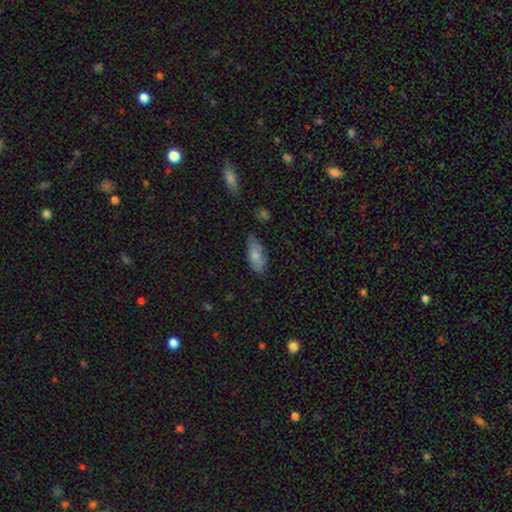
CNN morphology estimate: This appears to be a smooth galaxy with no disk features (78%) that is in between round and cigar-shaped (87%). Merging: none (58%).